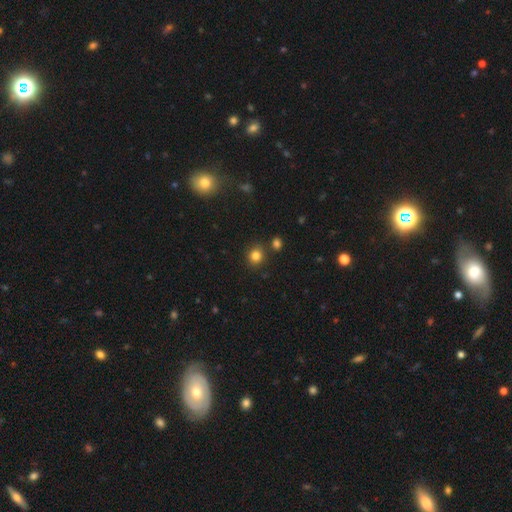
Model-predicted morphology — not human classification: A smooth galaxy with no disk features (82%) that is round (83%). Merging: none (83%).